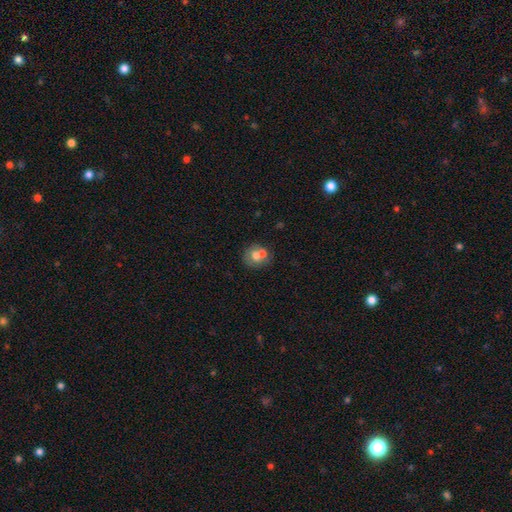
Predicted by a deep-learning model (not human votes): Smooth or featured? Predicted: smooth (p=0.62). How rounded? Predicted: round (p=0.77). Merging? Predicted: merger (p=0.45).